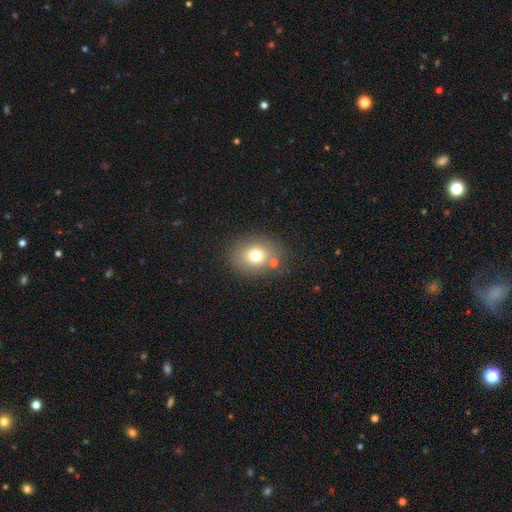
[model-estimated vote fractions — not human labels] A smooth galaxy with no disk features (74%) that is round (59%). Merging: none (77%).